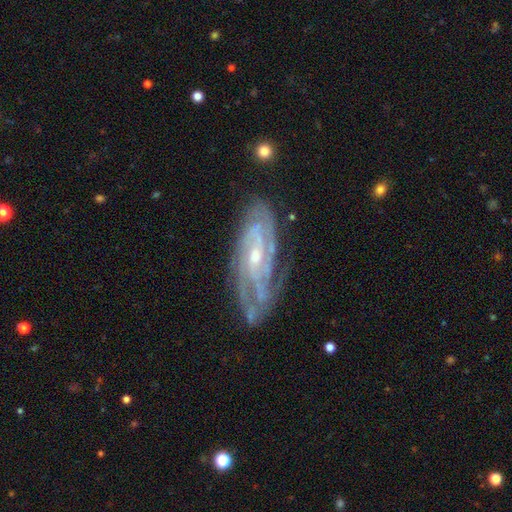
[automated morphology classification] Smooth or featured? Predicted: featured or disk (p=0.89). Edge-on disk? Predicted: no (p=0.91). Bar? Predicted: no (p=0.42). Spiral arms? Predicted: yes (p=0.97). Spiral winding? Predicted: tight (p=0.65). Spiral arm count? Predicted: 3 (p=0.28). Bulge size? Predicted: small (p=0.57). Merging? Predicted: none (p=0.75).